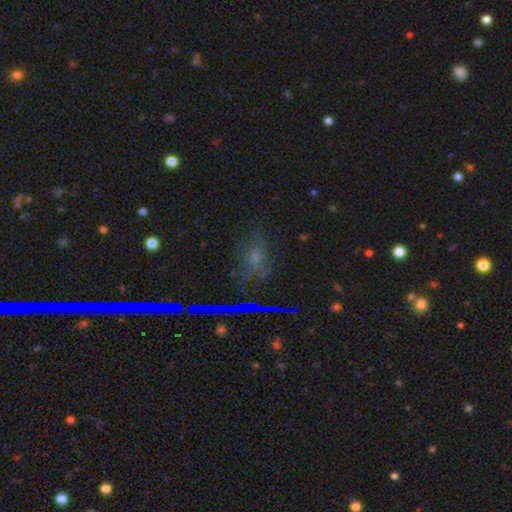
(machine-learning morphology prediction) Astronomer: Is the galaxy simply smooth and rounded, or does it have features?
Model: smooth — 44% (runner-up: star or artifact, 38%).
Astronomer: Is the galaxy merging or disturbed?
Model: none — 68%.